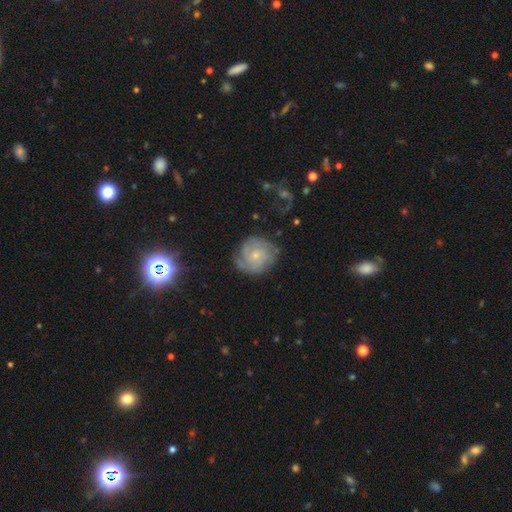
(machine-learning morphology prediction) type=featured or disk (78%); edge-on=no (98%); bar=no (74%); spiral arms=yes (95%); winding=tight (66%); arm count=can't tell (29%); bulge=small (71%); merging=none (75%).